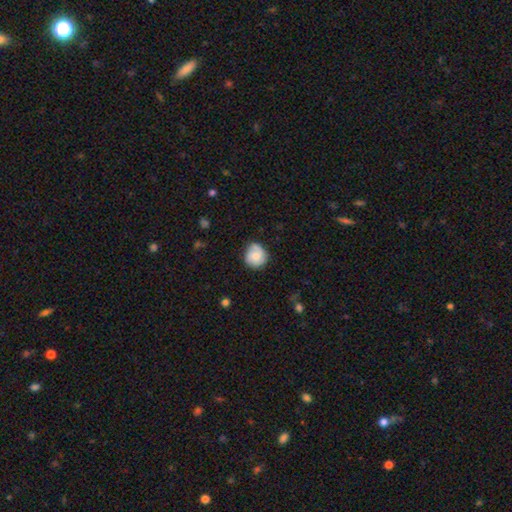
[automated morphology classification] smooth-or-featured: smooth: 60% | featured or disk: 33% | star or artifact: 7%
  how-rounded: round: 84% | in between: 15% | cigar-shaped: 1%
  merging: none: 67% | minor disturbance: 25% | major disturbance: 6% | merger: 2%